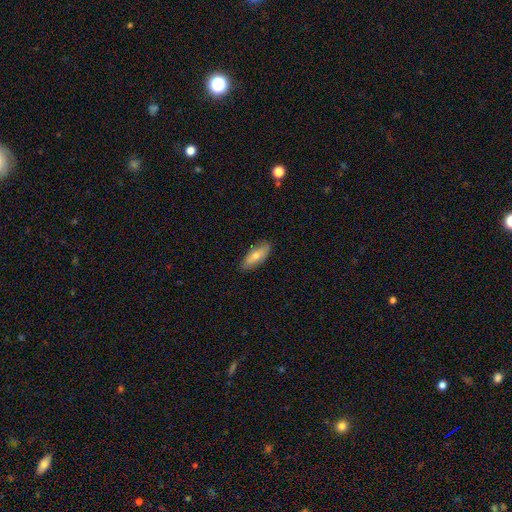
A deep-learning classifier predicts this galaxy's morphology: Smooth or featured: smooth — 61% (featured or disk — 32%)
How rounded: in between — 67% (cigar-shaped — 30%)
Merging: none — 85% (minor disturbance — 12%)